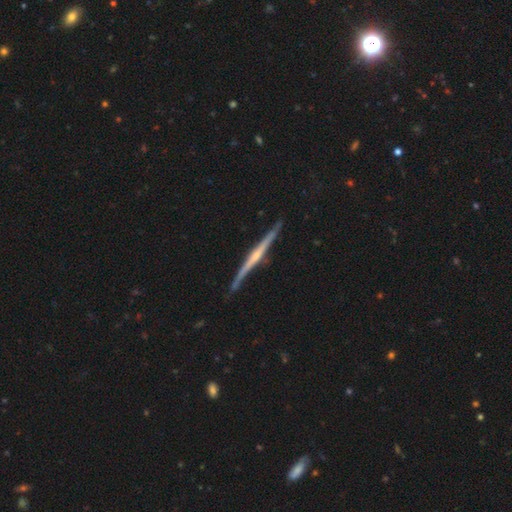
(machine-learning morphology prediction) This is clearly a featured or disk galaxy (82%). It is clearly viewed edge-on (98%). Edge-on bulge: likely rounded (64%). Merging: clearly none (86%).